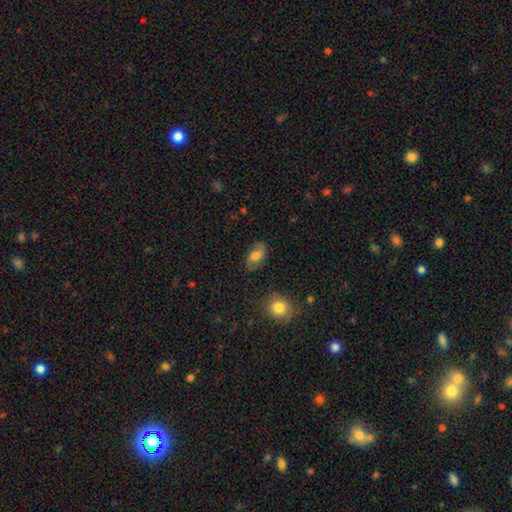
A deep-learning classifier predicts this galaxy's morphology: smooth 53%, featured or disk 38%, star or artifact 9%. Down the decision tree: how rounded — in between (88%); merging — none (77%).